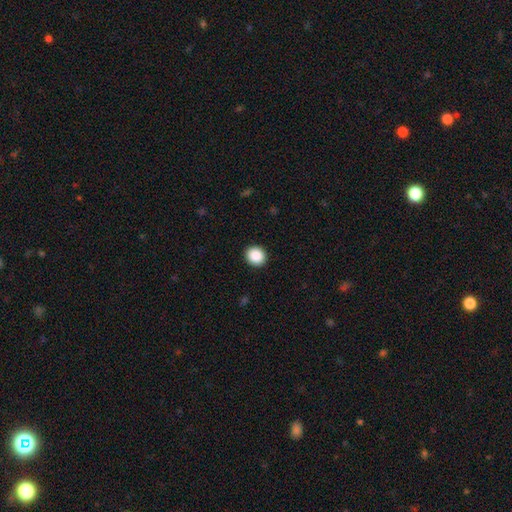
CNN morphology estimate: Smooth or featured?
  - smooth: 89% *
  - star or artifact: 8%
  - featured or disk: 3%
How rounded?
  - round: 82% *
  - in between: 17%
  - cigar-shaped: 1%
Merging?
  - none: 92% *
  - minor disturbance: 5%
  - major disturbance: 2%
  - merger: 1%